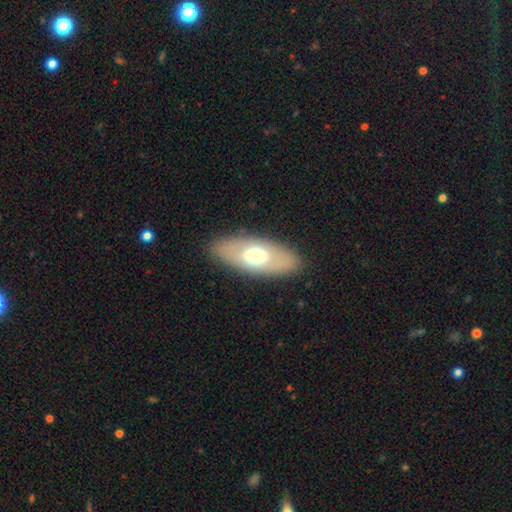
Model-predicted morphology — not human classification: This is possibly a smooth galaxy (56%). How rounded: clearly in between (86%). Merging: clearly none (85%).